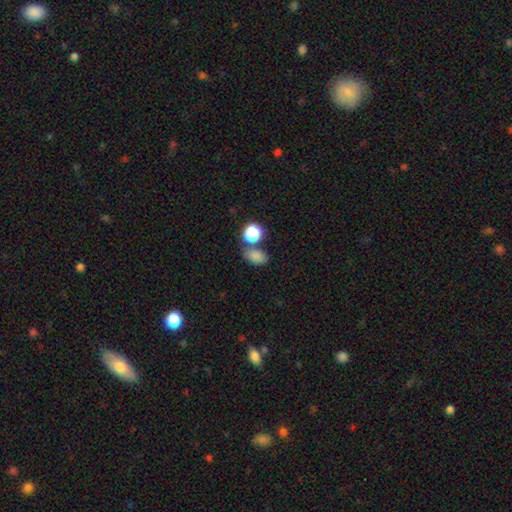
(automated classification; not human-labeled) Morphology: type=smooth (80%); roundness=in between (77%); merging=none (60%).